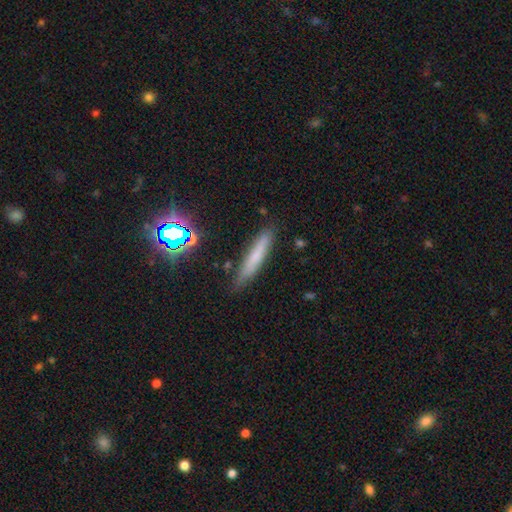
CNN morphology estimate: A smooth galaxy with no disk features (64%) that is cigar-shaped (91%).

Vote fractions:
- Smooth or featured? smooth: 64% / featured or disk: 22% / star or artifact: 14%
- How rounded? cigar-shaped: 91% / in between: 7% / round: 2%
- Merging? none: 83% / minor disturbance: 12% / major disturbance: 3% / merger: 2%